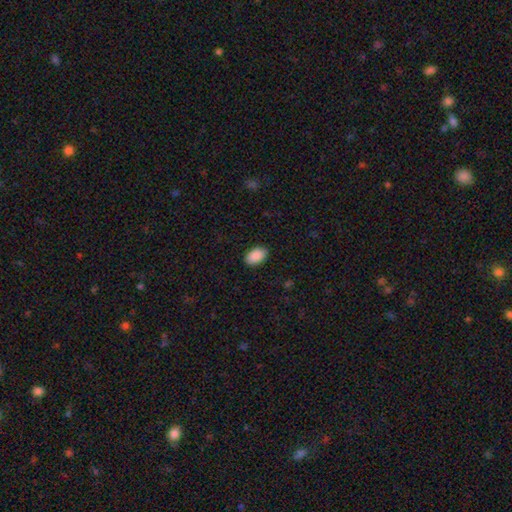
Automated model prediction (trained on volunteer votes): Morphology: type=smooth (90%); roundness=in between (93%); merging=none (89%).